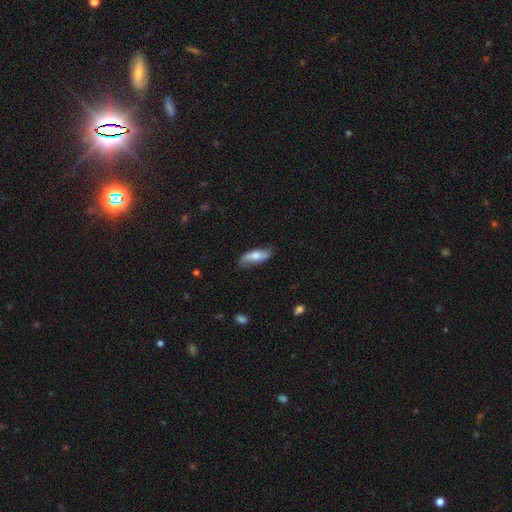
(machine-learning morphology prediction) smooth_or_featured: smooth (p=0.53) [alt: featured or disk p=0.40]
how_rounded: in between (p=0.60) [alt: cigar-shaped p=0.38]
merging: none (p=0.70) [alt: minor disturbance p=0.23]